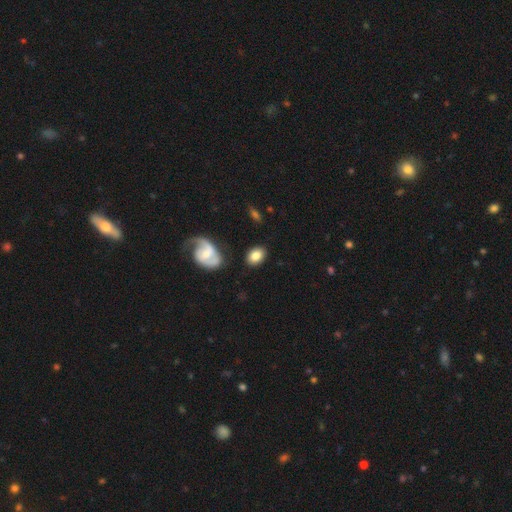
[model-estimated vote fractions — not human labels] Q: Smooth or featured?
A: smooth (77%); runner-up: featured or disk (16%)
Q: How rounded?
A: in between (75%); runner-up: round (23%)
Q: Merging?
A: none (79%); runner-up: minor disturbance (13%)